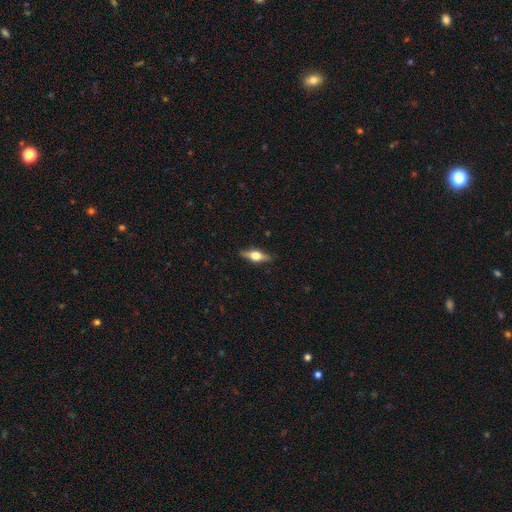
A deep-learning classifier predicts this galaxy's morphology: The model was most divided on "smooth or featured": featured or disk: 58%, smooth: 35%, star or artifact: 7%. More confident: edge-on disk — yes (95%); edge-on bulge — rounded (94%); merging — none (87%).